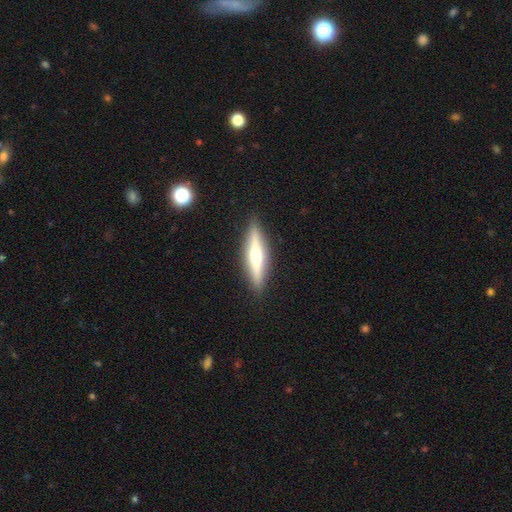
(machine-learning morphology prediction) This is likely a featured or disk galaxy (64%). It is clearly viewed edge-on (95%). Edge-on bulge: clearly rounded (91%). Merging: clearly none (90%).